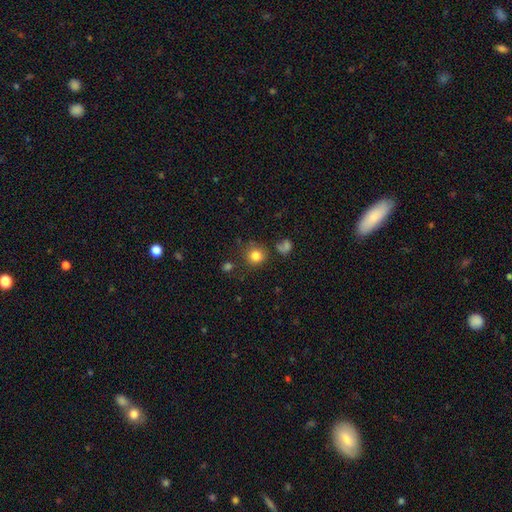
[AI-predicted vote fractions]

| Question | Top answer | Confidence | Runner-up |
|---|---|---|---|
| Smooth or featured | smooth | 81% | star or artifact (13%) |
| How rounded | round | 89% | in between (10%) |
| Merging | none | 77% | minor disturbance (12%) |